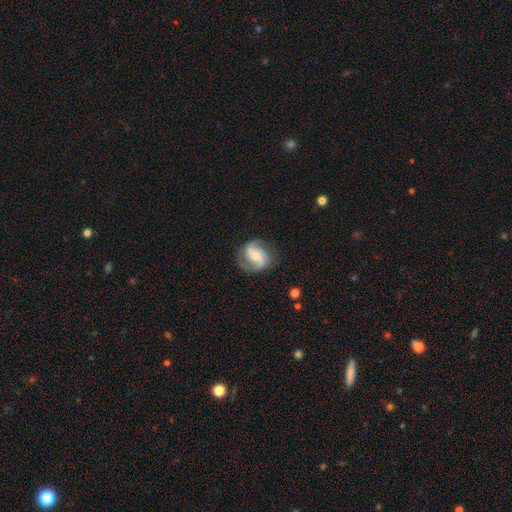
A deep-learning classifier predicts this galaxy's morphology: smooth_or_featured: featured or disk (p=0.83) [alt: smooth p=0.11]
disk_edge_on: no (p=0.98) [alt: yes p=0.02]
bar: weak (p=0.41) [alt: no p=0.34]
has_spiral_arms: yes (p=0.96) [alt: no p=0.04]
spiral_winding: medium (p=0.48) [alt: loose p=0.31]
spiral_arm_count: 2 (p=0.82) [alt: 3 p=0.08]
bulge_size: moderate (p=0.50) [alt: small p=0.44]
merging: none (p=0.76) [alt: minor disturbance p=0.16]